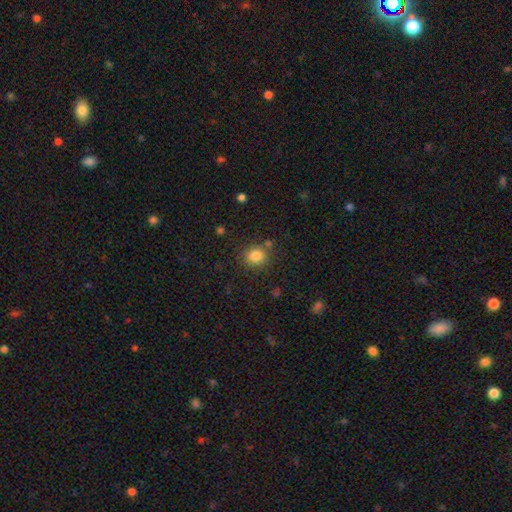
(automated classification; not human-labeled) Smooth or featured? smooth (84%)
How rounded? round (71%)
Merging? none (78%)